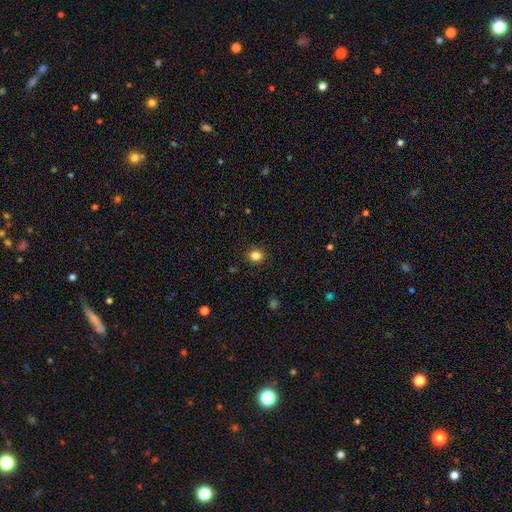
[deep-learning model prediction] smooth_or_featured: smooth (p=0.84) [alt: star or artifact p=0.12]
how_rounded: round (p=0.76) [alt: in between p=0.23]
merging: none (p=0.89) [alt: minor disturbance p=0.08]